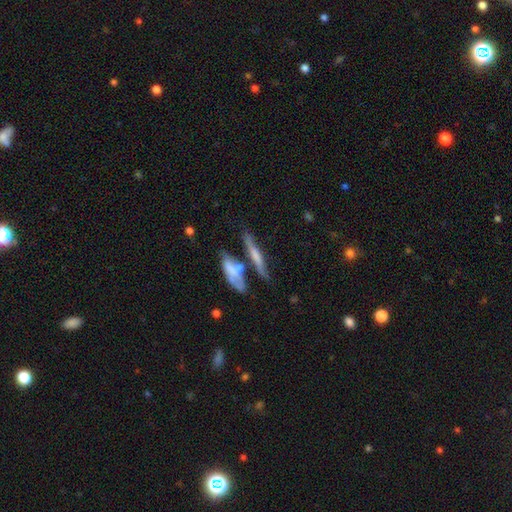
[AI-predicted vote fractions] This appears to be a featured or disk galaxy (52%) viewed edge-on (80%). Merging: none (49%).